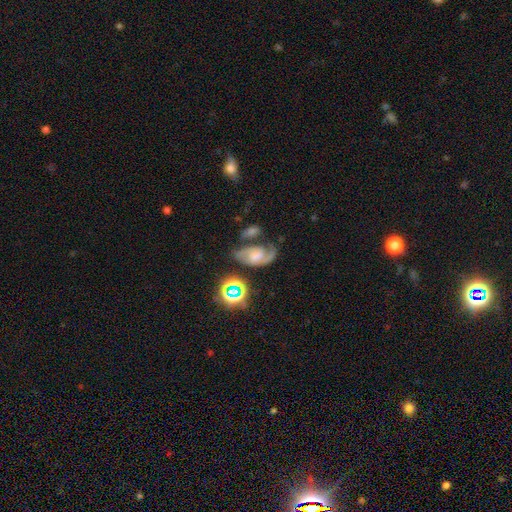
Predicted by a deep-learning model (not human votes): smooth_or_featured: featured or disk (p=0.69) [alt: smooth p=0.18]
disk_edge_on: no (p=0.97) [alt: yes p=0.03]
bar: no (p=0.58) [alt: weak p=0.33]
has_spiral_arms: yes (p=0.92) [alt: no p=0.08]
spiral_winding: medium (p=0.49) [alt: loose p=0.27]
spiral_arm_count: 2 (p=0.68) [alt: 1 p=0.20]
bulge_size: moderate (p=0.36) [alt: small p=0.32]
merging: none (p=0.43) [alt: minor disturbance p=0.23]